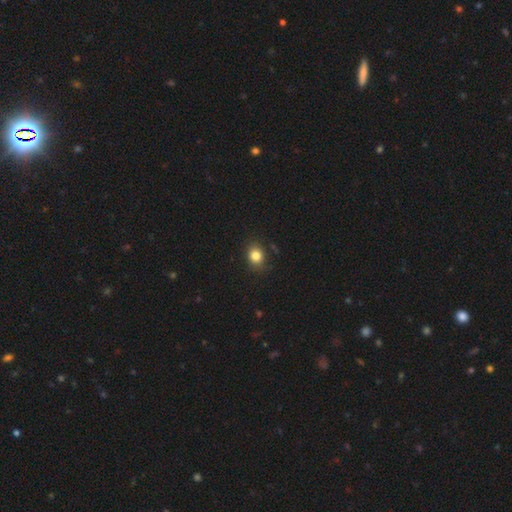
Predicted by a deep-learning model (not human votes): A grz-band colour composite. It shows a smooth galaxy with no disk features (83%) that is round (58%). Merging: none (85%).